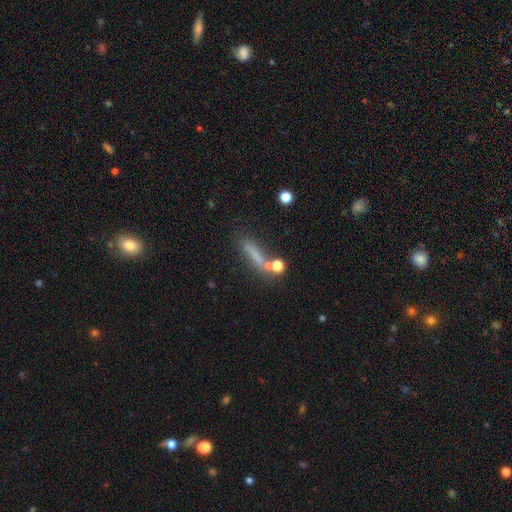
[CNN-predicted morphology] Smooth or featured?
  - smooth: 62% *
  - featured or disk: 22%
  - star or artifact: 16%
How rounded?
  - cigar-shaped: 75% *
  - in between: 17%
  - round: 8%
Merging?
  - none: 57% *
  - minor disturbance: 17%
  - merger: 15%
  - major disturbance: 10%